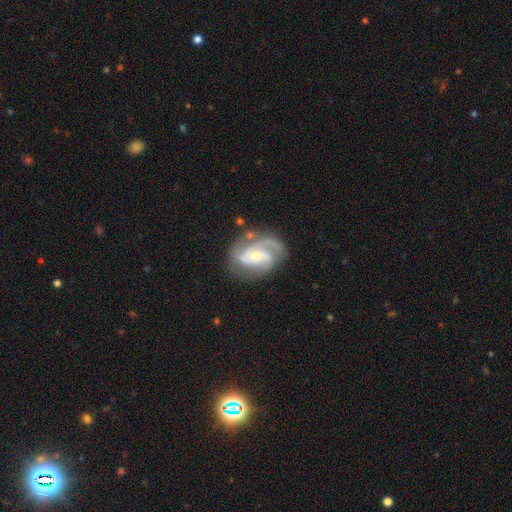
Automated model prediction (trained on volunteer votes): This is clearly a featured or disk galaxy (87%). It is clearly not viewed edge-on (98%). Bar: possibly no (51%). Spiral arm pattern: clearly yes (97%). Spiral arm count: marginally 3 (40%). Spiral winding: possibly medium (49%). Central bulge: possibly small (57%). Merging: likely none (66%).